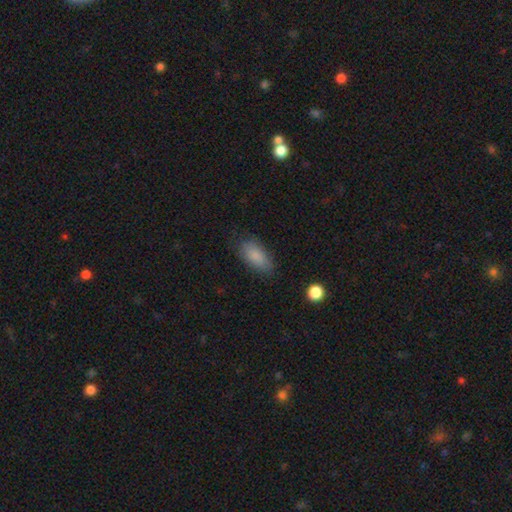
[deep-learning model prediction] smooth_or_featured: smooth (p=0.85) [alt: featured or disk p=0.07]
how_rounded: in between (p=0.89) [alt: cigar-shaped p=0.08]
merging: none (p=0.78) [alt: minor disturbance p=0.17]